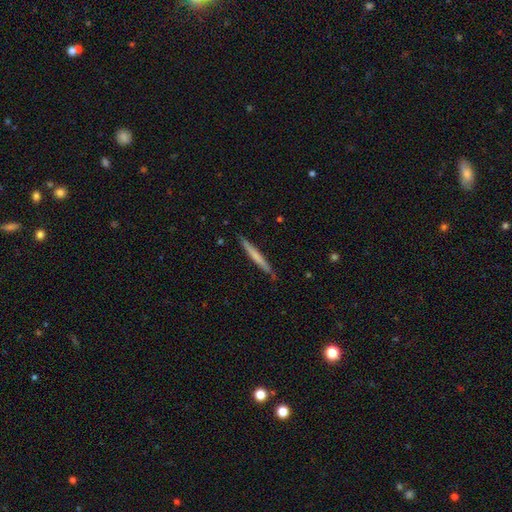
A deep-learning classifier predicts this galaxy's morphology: Smooth or featured? smooth (56%)
How rounded? cigar-shaped (97%)
Merging? none (86%)